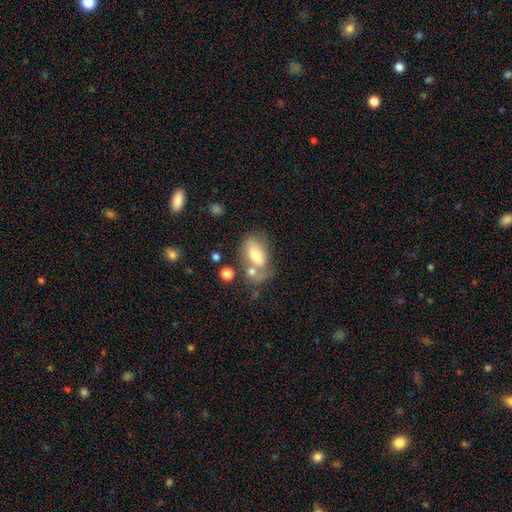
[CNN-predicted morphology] smooth-or-featured: smooth: 66% | featured or disk: 26% | star or artifact: 8%
  how-rounded: in between: 87% | round: 9% | cigar-shaped: 4%
  merging: none: 41% | merger: 30% | minor disturbance: 18% | major disturbance: 11%